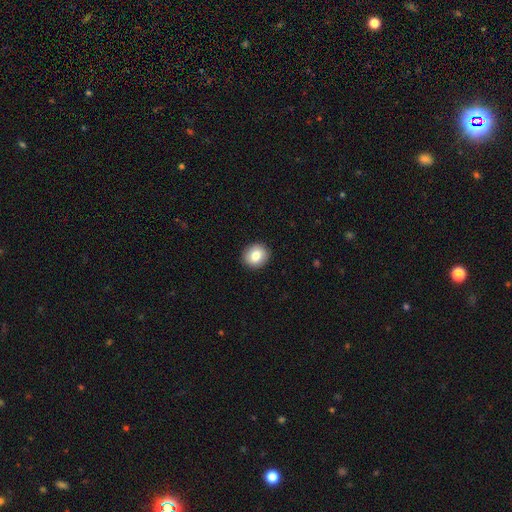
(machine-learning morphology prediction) smooth_or_featured: smooth (p=0.82) [alt: featured or disk p=0.10]
how_rounded: round (p=0.79) [alt: in between p=0.20]
merging: none (p=0.91) [alt: minor disturbance p=0.06]